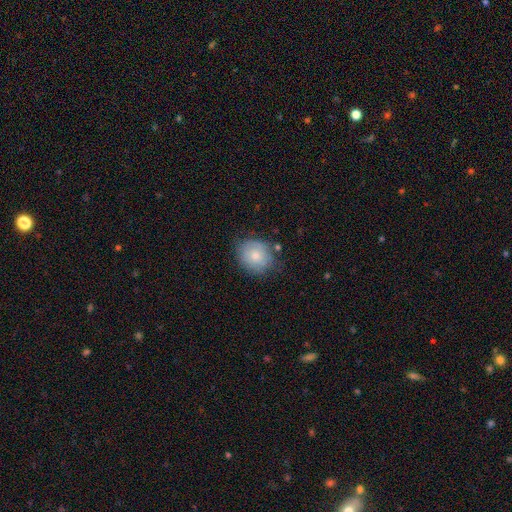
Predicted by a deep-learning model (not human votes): Smooth or featured? smooth (75%)
How rounded? round (73%)
Merging? none (70%)